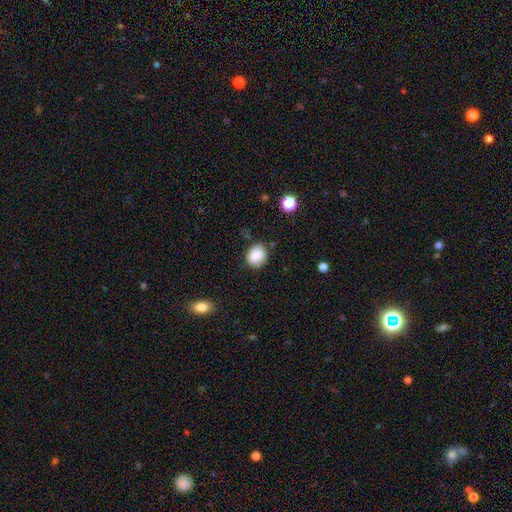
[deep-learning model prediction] smooth 84%, star or artifact 9%, featured or disk 7%. Down the decision tree: how rounded — round (64%); merging — none (77%).